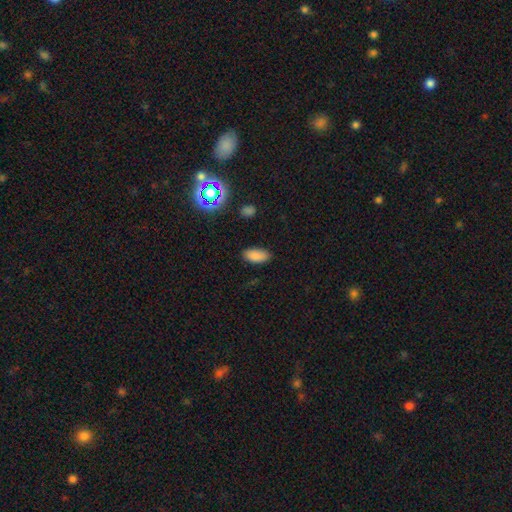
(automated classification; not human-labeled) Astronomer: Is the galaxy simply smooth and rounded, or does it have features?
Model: smooth — 85%.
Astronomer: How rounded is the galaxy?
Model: in between — 93%.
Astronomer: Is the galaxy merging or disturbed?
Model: none — 86%.